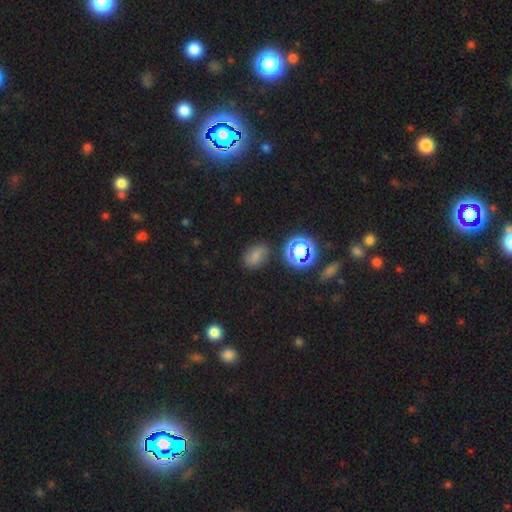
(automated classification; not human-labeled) Overall: smooth (66%). How rounded: in between (72%). Merging: none (74%).